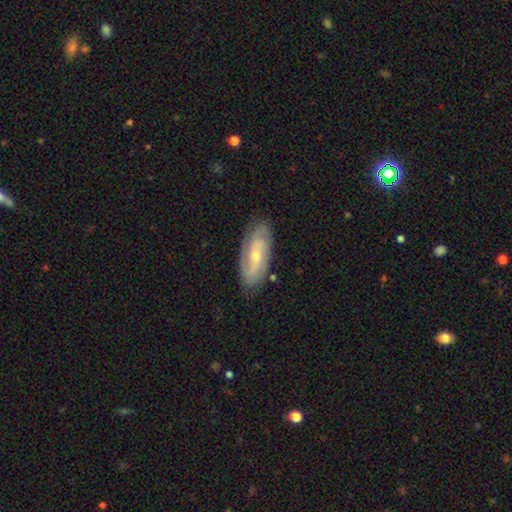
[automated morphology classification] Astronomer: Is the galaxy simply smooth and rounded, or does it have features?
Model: featured or disk — 68%.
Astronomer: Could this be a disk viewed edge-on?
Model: no — 87%.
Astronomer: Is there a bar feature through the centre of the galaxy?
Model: no — 56% (runner-up: weak, 33%).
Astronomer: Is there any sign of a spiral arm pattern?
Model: yes — 86%.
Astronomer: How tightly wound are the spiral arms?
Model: tight — 46% (runner-up: medium, 37%).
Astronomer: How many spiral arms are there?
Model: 2 — 51% (runner-up: can't tell, 29%).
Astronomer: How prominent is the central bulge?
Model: small — 55% (runner-up: moderate, 42%).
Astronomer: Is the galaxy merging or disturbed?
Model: none — 82%.